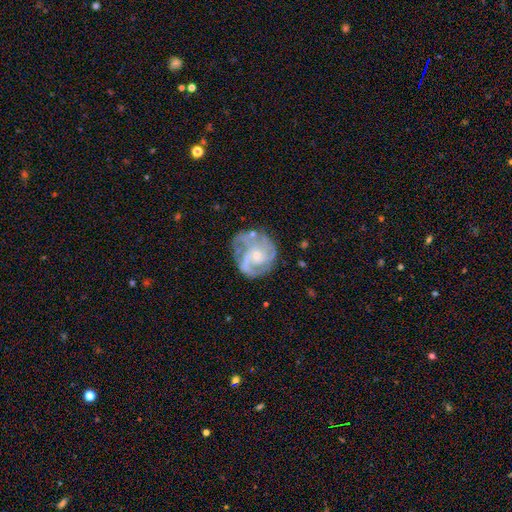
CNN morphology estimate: Overall: featured or disk (83%). Edge-on disk: no (98%). Bar: no (72%). Spiral arms: yes (92%). Spiral arm count: 3 (32%; 2 28%). Spiral winding: tight (44%; medium 43%). Bulge size: small (63%; moderate 30%). Merging: none (60%; minor disturbance 21%).